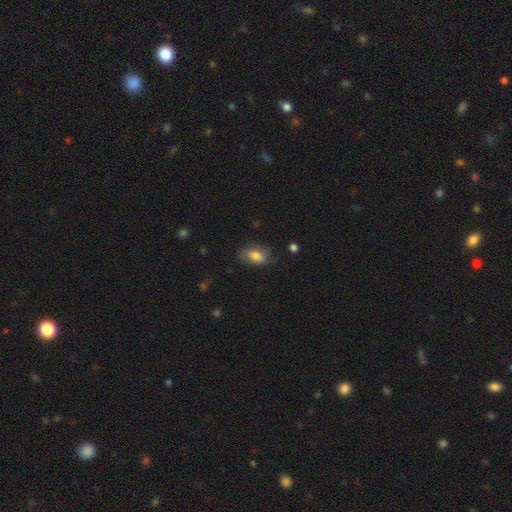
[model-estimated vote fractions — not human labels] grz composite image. It shows a smooth galaxy with no disk features (78%) that is in between round and cigar-shaped (89%). Merging: none (67%).